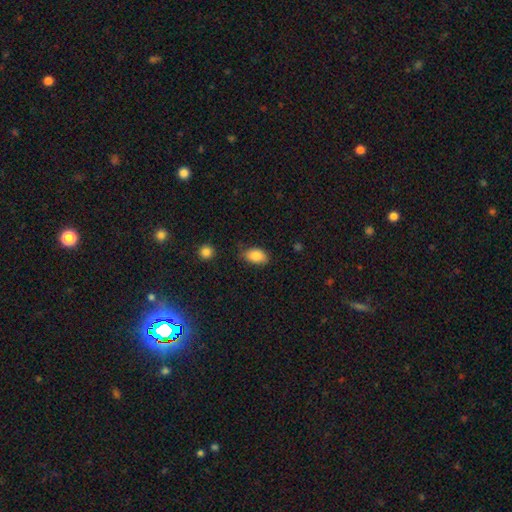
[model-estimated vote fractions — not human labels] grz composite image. It shows a smooth galaxy with no disk features (86%) that is in between round and cigar-shaped (90%). Merging: none (71%).